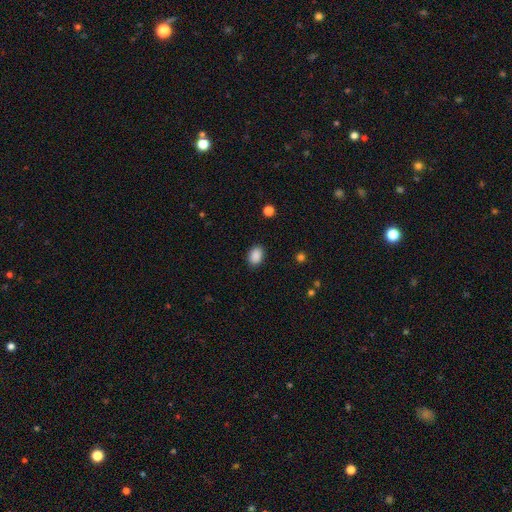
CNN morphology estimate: Smooth or featured?
  - smooth: 89% *
  - star or artifact: 9%
  - featured or disk: 3%
How rounded?
  - in between: 76% *
  - round: 23%
  - cigar-shaped: 1%
Merging?
  - none: 87% *
  - minor disturbance: 9%
  - major disturbance: 3%
  - merger: 1%